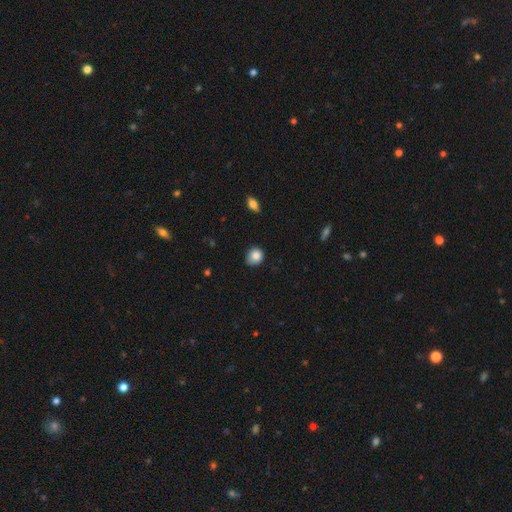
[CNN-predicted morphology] smooth_or_featured: smooth (p=0.84) [alt: star or artifact p=0.09]
how_rounded: round (p=0.72) [alt: in between p=0.27]
merging: none (p=0.63) [alt: minor disturbance p=0.30]